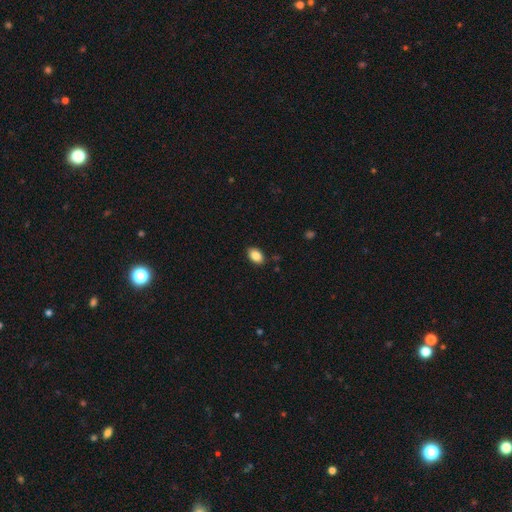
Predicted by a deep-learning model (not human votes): Smooth or featured: smooth — 87% (star or artifact — 8%)
How rounded: in between — 89% (round — 9%)
Merging: none — 87% (minor disturbance — 10%)